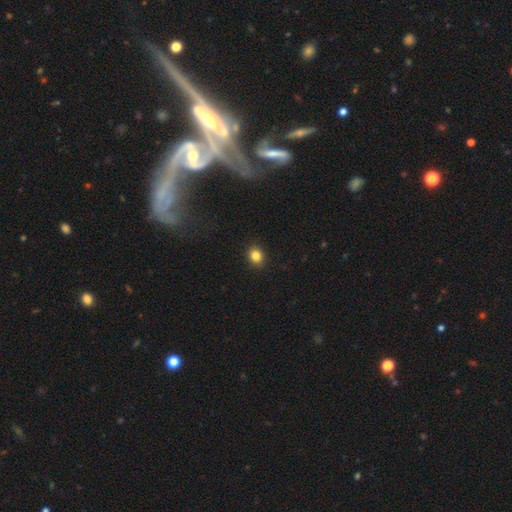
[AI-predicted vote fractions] Morphology: type=smooth (85%); roundness=round (59%); merging=none (89%).